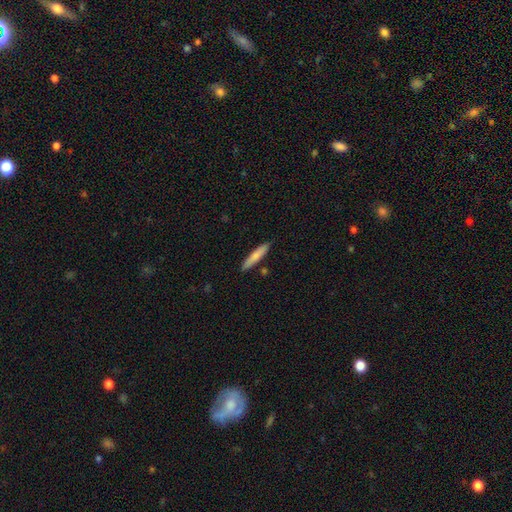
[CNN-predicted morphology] Smooth or featured: smooth — 74% (featured or disk — 21%)
How rounded: cigar-shaped — 89% (in between — 9%)
Merging: none — 86% (minor disturbance — 10%)